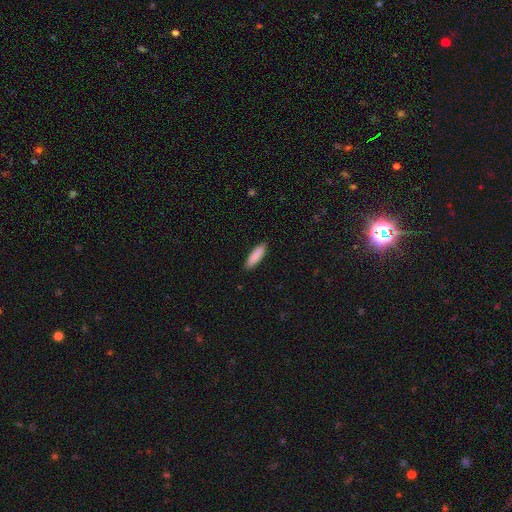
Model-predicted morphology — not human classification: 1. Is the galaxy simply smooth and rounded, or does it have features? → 89% smooth, 6% star or artifact, 6% featured or disk.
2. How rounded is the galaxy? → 62% cigar-shaped, 37% in between, 1% round.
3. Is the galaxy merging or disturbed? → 89% none, 8% minor disturbance, 2% major disturbance, 1% merger.